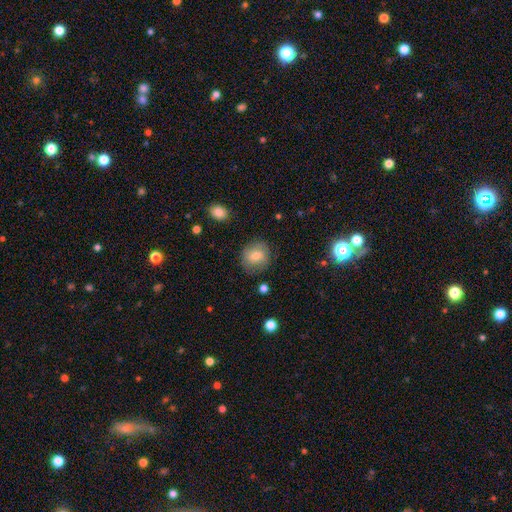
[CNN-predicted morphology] Smooth or featured?
  - smooth: 70% *
  - featured or disk: 21%
  - star or artifact: 9%
How rounded?
  - round: 78% *
  - in between: 21%
  - cigar-shaped: 1%
Merging?
  - none: 80% *
  - minor disturbance: 14%
  - major disturbance: 5%
  - merger: 1%